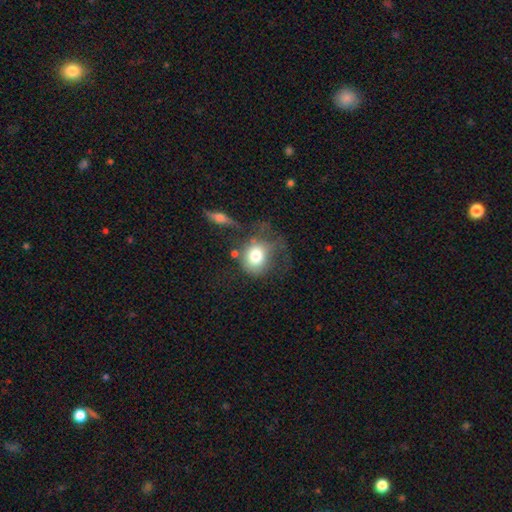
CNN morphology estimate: A smooth galaxy with no disk features (72%) that is round (70%).

Vote fractions:
- Smooth or featured? smooth: 72% / featured or disk: 19% / star or artifact: 9%
- How rounded? round: 70% / in between: 29% / cigar-shaped: 1%
- Merging? none: 39% / major disturbance: 28% / minor disturbance: 23% / merger: 10%